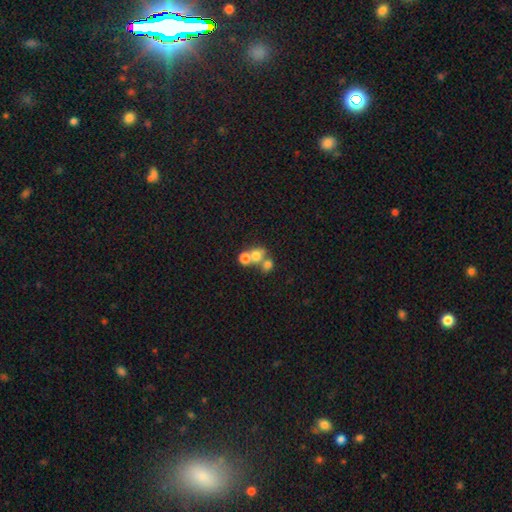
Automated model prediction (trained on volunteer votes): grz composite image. It shows a smooth galaxy with no disk features (68%) that is round (69%). Merging: merger (58%).